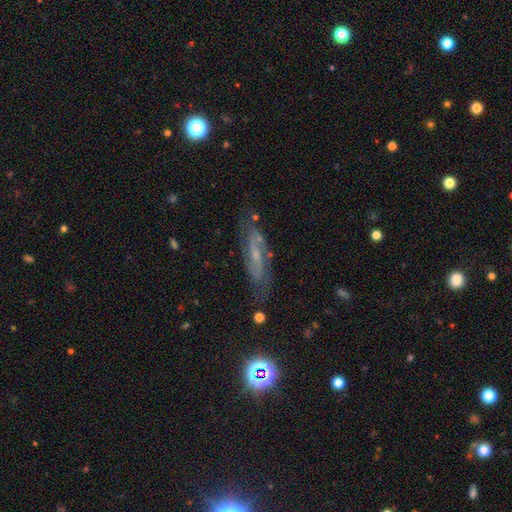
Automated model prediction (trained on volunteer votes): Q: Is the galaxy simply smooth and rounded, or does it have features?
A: featured or disk — 72%.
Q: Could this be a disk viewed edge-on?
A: no — 78%.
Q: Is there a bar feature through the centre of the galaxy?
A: weak — 46%.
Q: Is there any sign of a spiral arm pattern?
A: yes — 89%.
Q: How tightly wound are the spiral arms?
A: medium — 46%.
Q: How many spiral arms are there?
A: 2 — 73%.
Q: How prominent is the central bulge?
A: small — 63%.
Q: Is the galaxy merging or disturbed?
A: none — 73%.